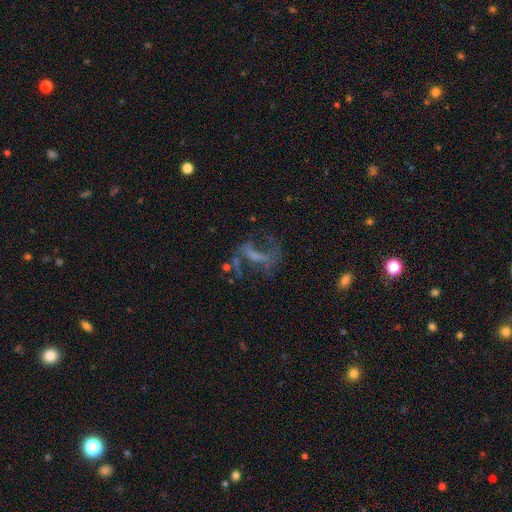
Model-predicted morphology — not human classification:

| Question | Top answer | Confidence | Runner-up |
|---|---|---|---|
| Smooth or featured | featured or disk | 65% | star or artifact (18%) |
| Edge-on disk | no | 93% | yes (7%) |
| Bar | strong | 36% | weak (35%) |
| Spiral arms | yes | 63% | no (37%) |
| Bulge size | none | 55% | small (24%) |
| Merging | none | 44% | major disturbance (35%) |